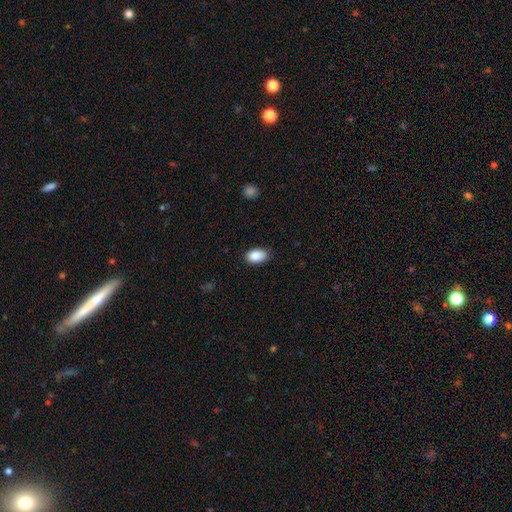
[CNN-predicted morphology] This appears to be a smooth galaxy with no disk features (89%) that is in between round and cigar-shaped (90%). Merging: none (83%).